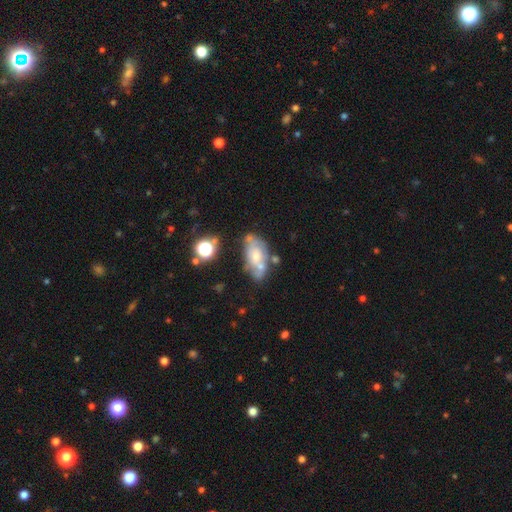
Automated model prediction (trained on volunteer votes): featured or disk 54%, smooth 36%, star or artifact 10%. Down the decision tree: edge-on disk — no (93%); merging — none (37%).